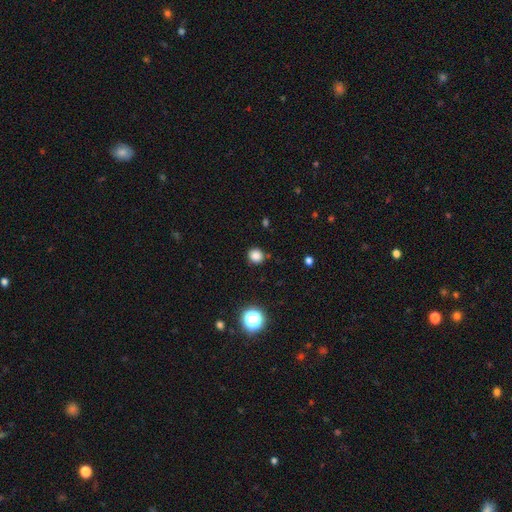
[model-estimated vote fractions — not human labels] A smooth galaxy with no disk features (83%) that is round (87%).

Vote fractions:
- Smooth or featured? smooth: 83% / star or artifact: 14% / featured or disk: 3%
- How rounded? round: 87% / in between: 12% / cigar-shaped: 1%
- Merging? none: 88% / minor disturbance: 8% / major disturbance: 2% / merger: 2%